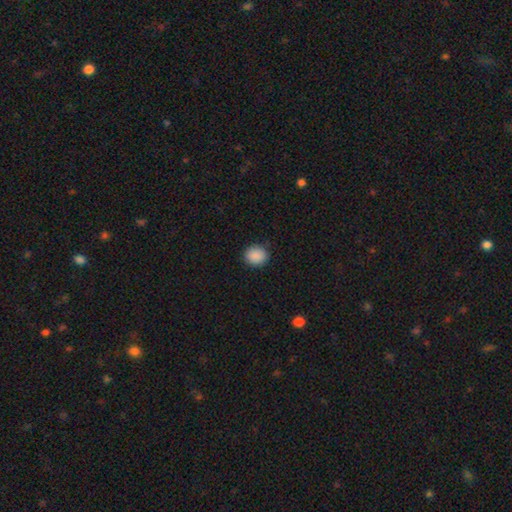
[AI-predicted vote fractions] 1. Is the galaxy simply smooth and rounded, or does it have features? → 89% smooth, 8% star or artifact, 3% featured or disk.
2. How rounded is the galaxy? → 73% round, 26% in between, 1% cigar-shaped.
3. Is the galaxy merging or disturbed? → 88% none, 9% minor disturbance, 2% major disturbance, 1% merger.